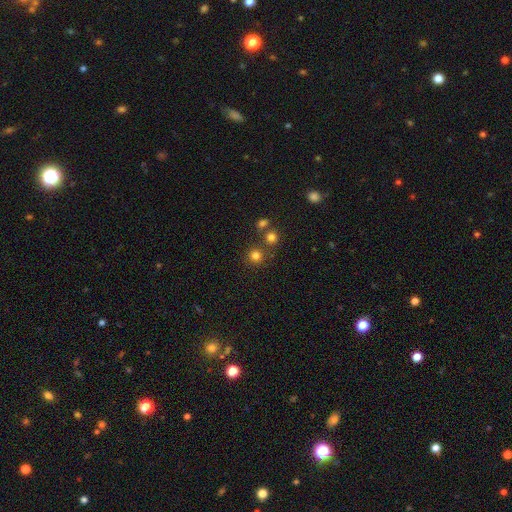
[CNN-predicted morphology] Smooth or featured? smooth (78%)
How rounded? round (93%)
Merging? none (77%)